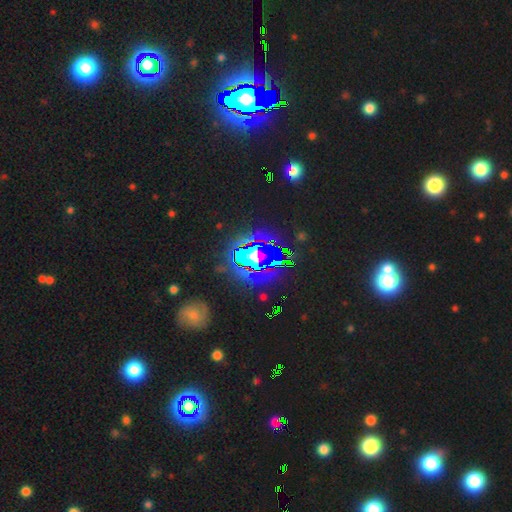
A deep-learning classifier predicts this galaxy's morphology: type=star or artifact (70%).